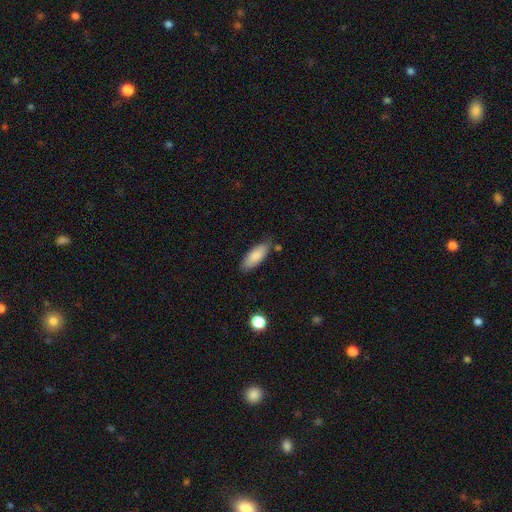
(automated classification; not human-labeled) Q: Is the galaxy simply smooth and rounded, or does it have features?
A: smooth — 85%.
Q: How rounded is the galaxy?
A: in between — 75%.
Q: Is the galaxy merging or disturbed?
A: none — 76%.